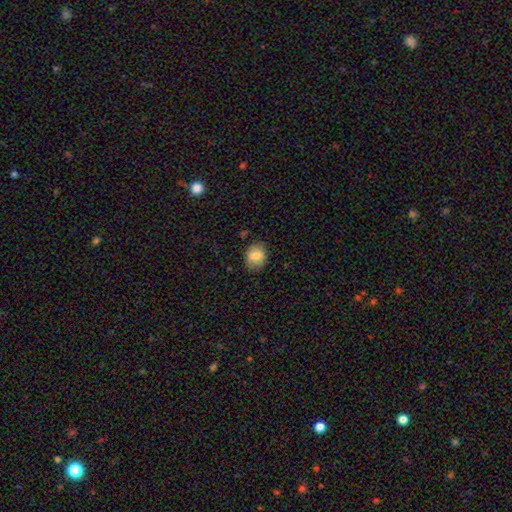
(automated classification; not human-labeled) smooth-or-featured: smooth: 79% | featured or disk: 12% | star or artifact: 8%
  how-rounded: round: 51% | in between: 48% | cigar-shaped: 1%
  merging: none: 82% | minor disturbance: 14% | major disturbance: 3% | merger: 1%